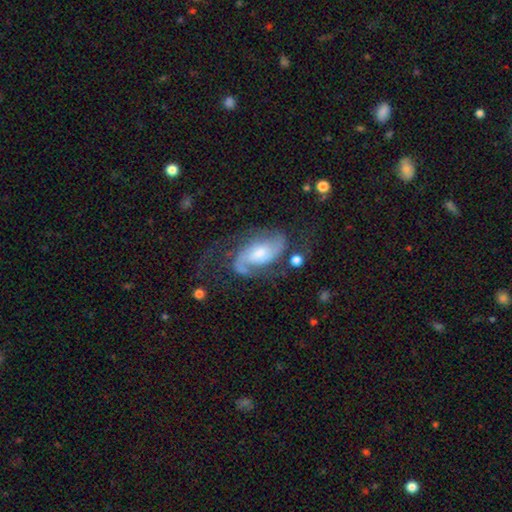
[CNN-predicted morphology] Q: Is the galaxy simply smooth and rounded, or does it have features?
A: featured or disk — 85%.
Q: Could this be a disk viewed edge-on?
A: no — 96%.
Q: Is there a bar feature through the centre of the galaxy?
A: no — 47%.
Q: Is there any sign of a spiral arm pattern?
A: yes — 96%.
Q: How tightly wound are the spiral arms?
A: medium — 50%.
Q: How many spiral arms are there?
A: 2 — 82%.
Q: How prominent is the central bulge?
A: moderate — 44%.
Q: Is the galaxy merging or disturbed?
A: none — 58%.